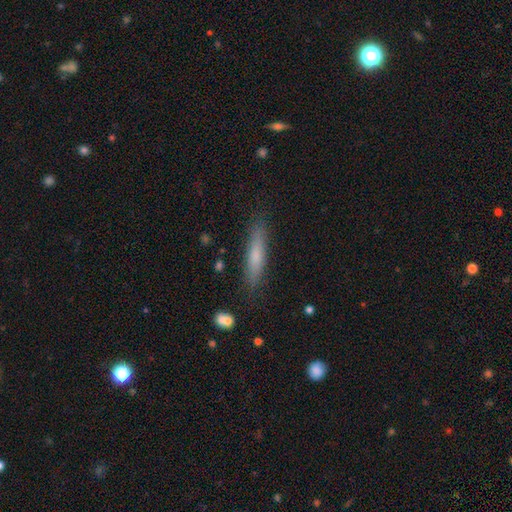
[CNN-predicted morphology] The model was most divided on "smooth or featured": smooth: 66%, featured or disk: 27%, star or artifact: 7%. More confident: how rounded — cigar-shaped (86%); merging — none (85%).